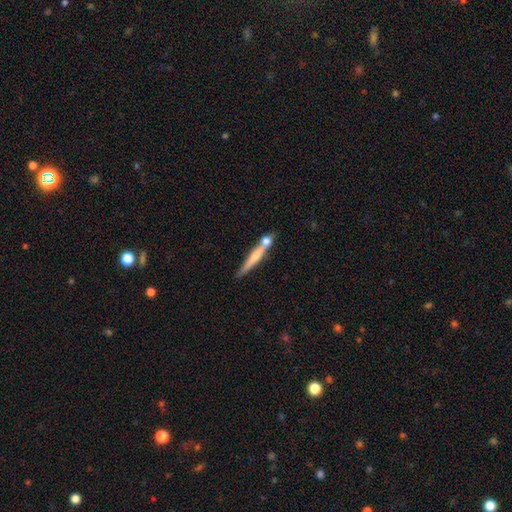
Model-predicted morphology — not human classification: Smooth or featured? smooth (48%)
Merging? none (56%)